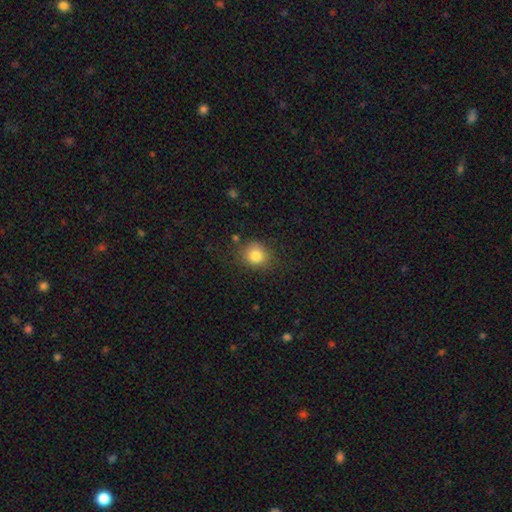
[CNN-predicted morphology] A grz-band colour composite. It shows a smooth galaxy with no disk features (82%) that is round (78%). Merging: none (79%).